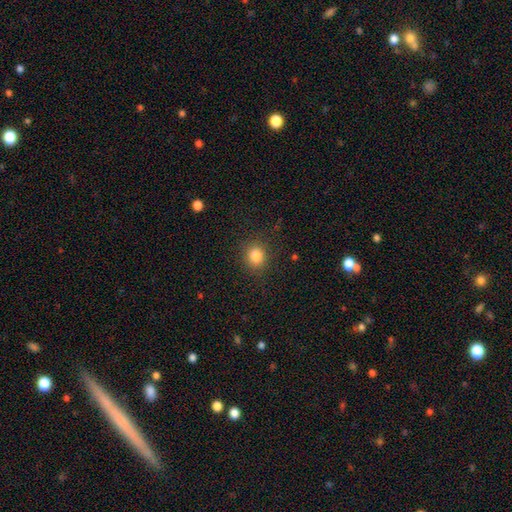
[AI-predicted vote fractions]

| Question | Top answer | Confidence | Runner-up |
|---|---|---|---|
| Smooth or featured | smooth | 83% | star or artifact (12%) |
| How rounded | round | 82% | in between (17%) |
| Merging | none | 88% | minor disturbance (8%) |